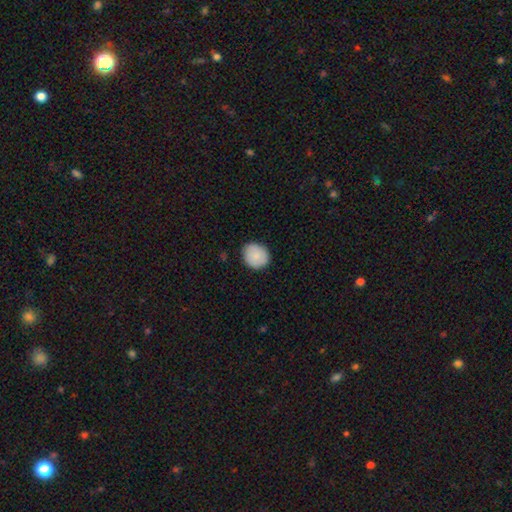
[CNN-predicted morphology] Q: Smooth or featured?
A: smooth (85%); runner-up: featured or disk (8%)
Q: How rounded?
A: round (79%); runner-up: in between (20%)
Q: Merging?
A: none (86%); runner-up: minor disturbance (11%)